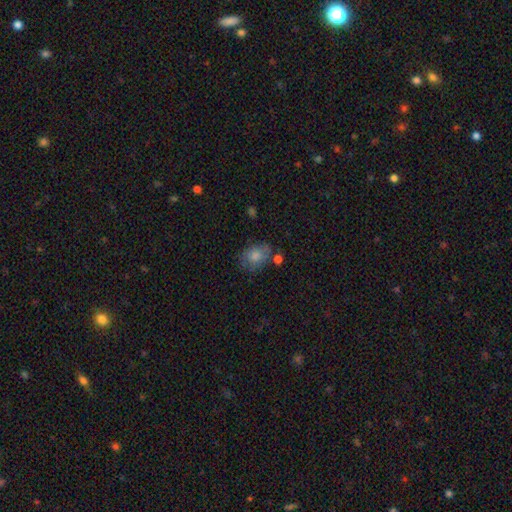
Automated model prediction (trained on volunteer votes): The model was most divided on "how rounded": in between: 67%, round: 32%, cigar-shaped: 1%. More confident: smooth or featured — smooth (77%); merging — none (60%).